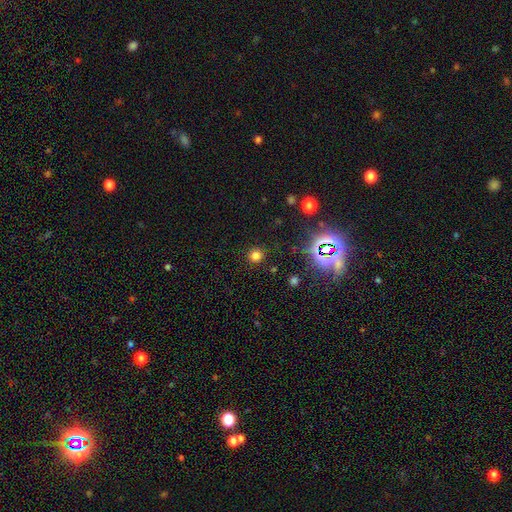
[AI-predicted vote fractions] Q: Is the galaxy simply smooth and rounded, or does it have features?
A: smooth — 73%.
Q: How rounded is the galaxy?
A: round — 92%.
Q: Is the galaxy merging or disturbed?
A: none — 89%.